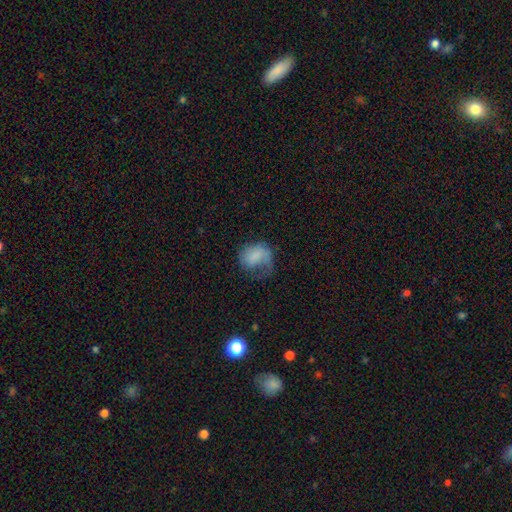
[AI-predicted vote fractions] Smooth or featured? smooth (59%)
How rounded? in between (53%)
Merging? major disturbance (42%)